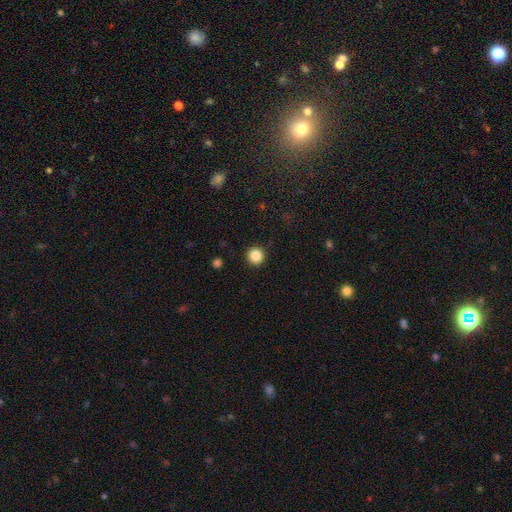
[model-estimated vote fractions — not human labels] This is clearly a smooth galaxy (86%). How rounded: clearly round (96%). Merging: clearly none (93%).